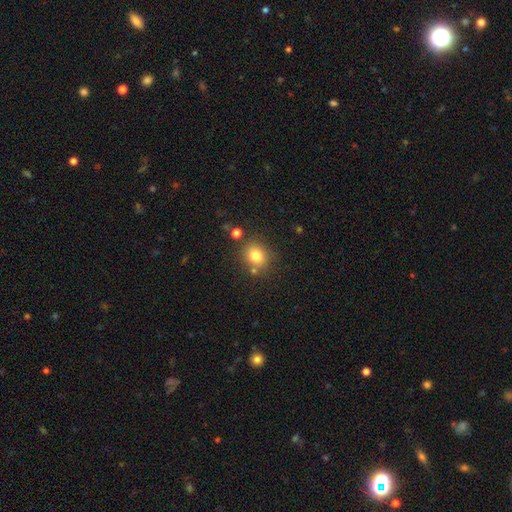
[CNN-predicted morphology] The model was most divided on "how rounded": round: 69%, in between: 30%, cigar-shaped: 1%. More confident: smooth or featured — smooth (80%); merging — none (75%).